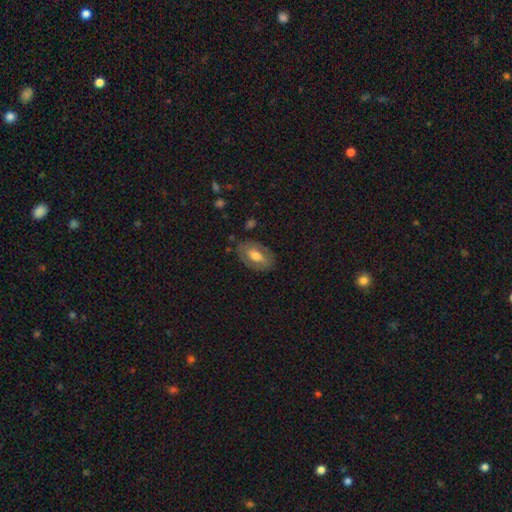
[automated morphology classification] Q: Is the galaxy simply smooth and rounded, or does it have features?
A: smooth — 55%.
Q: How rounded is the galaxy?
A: in between — 91%.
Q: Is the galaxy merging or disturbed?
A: none — 79%.